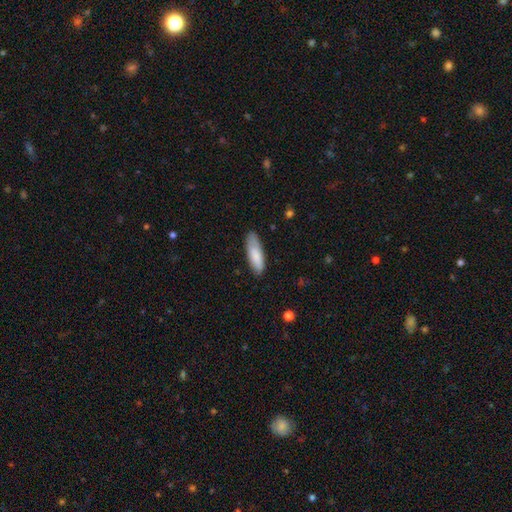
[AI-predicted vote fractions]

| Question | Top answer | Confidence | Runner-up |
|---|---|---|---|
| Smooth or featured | smooth | 83% | featured or disk (11%) |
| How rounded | in between | 53% | cigar-shaped (46%) |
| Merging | none | 74% | minor disturbance (20%) |